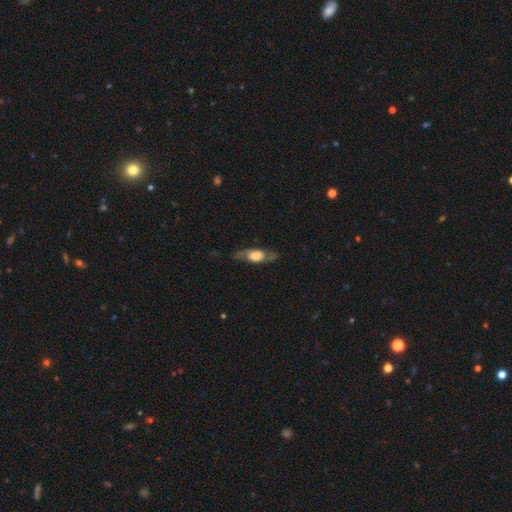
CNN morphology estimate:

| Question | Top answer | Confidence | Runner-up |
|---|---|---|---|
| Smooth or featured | featured or disk | 60% | smooth (34%) |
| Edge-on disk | no | 55% | yes (45%) |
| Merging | none | 75% | minor disturbance (16%) |